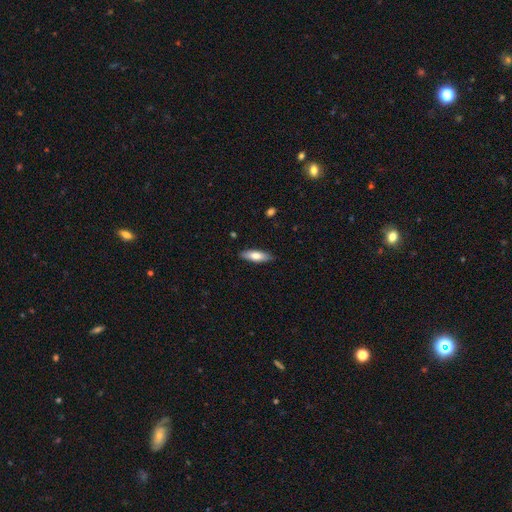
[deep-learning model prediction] A smooth galaxy with no disk features (74%) that is in between round and cigar-shaped (57%). Merging: none (87%).